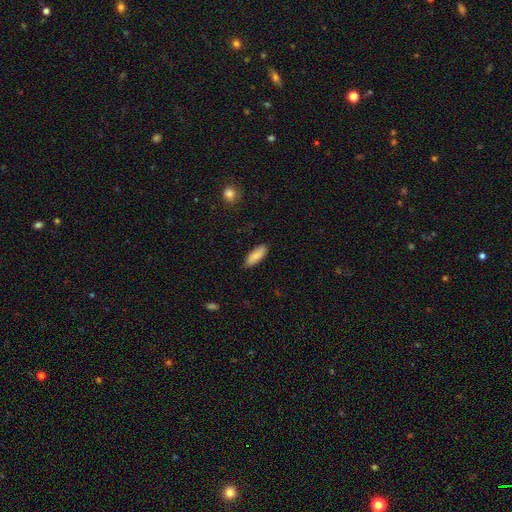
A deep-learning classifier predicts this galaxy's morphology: Smooth or featured: smooth — 87% (featured or disk — 7%)
How rounded: in between — 74% (cigar-shaped — 25%)
Merging: none — 88% (minor disturbance — 9%)